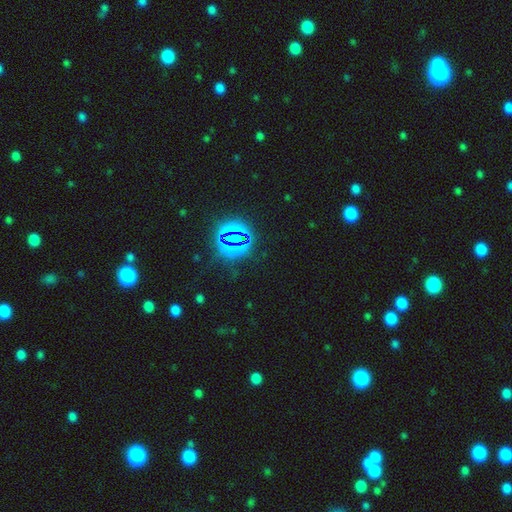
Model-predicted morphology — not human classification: A star or artifact, not a galaxy (59%).